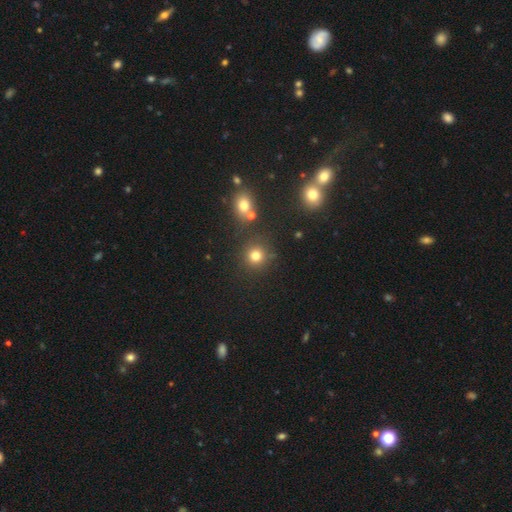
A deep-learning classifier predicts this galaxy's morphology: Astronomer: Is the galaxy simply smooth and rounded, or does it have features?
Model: smooth — 76%.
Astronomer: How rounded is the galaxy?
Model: round — 91%.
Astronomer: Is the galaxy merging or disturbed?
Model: none — 81%.